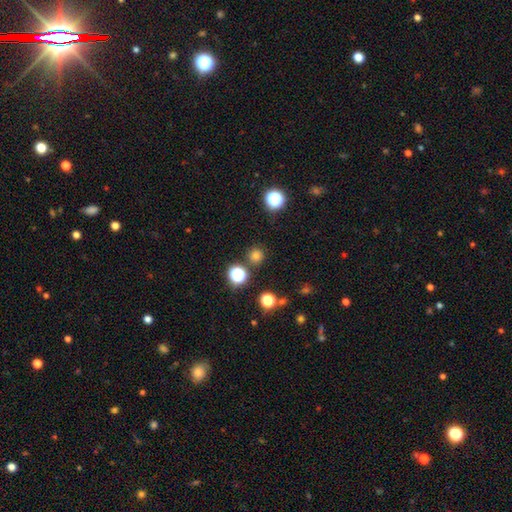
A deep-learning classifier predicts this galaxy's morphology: smooth_or_featured: smooth (p=0.73) [alt: star or artifact p=0.21]
how_rounded: round (p=0.94) [alt: in between p=0.05]
merging: none (p=0.85) [alt: minor disturbance p=0.08]